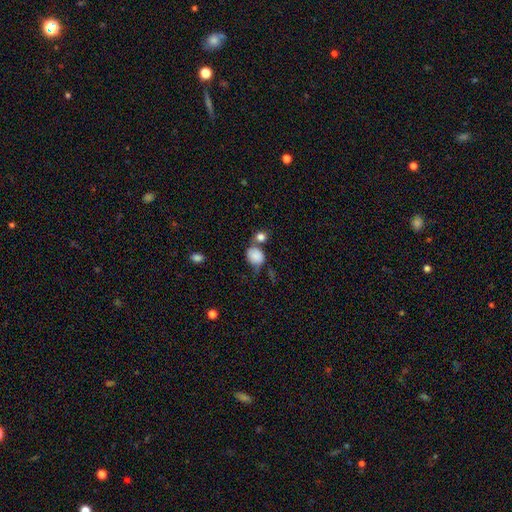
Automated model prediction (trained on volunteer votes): Morphology: type=smooth (84%); roundness=round (64%); merging=none (42%).